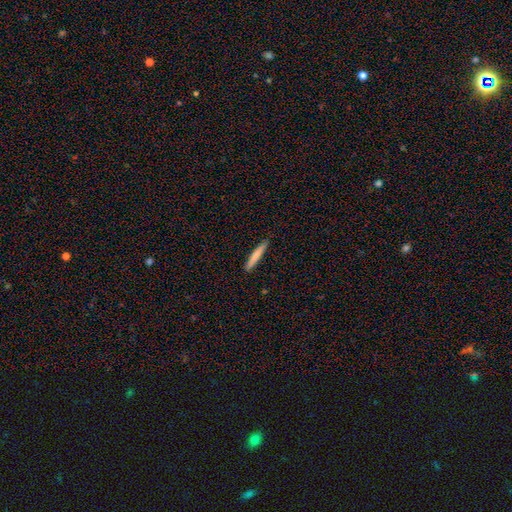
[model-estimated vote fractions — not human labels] A smooth galaxy with no disk features (75%) that is cigar-shaped (95%).

Vote fractions:
- Smooth or featured? smooth: 75% / featured or disk: 20% / star or artifact: 5%
- How rounded? cigar-shaped: 95% / in between: 4% / round: 1%
- Merging? none: 90% / minor disturbance: 8% / major disturbance: 1% / merger: 1%